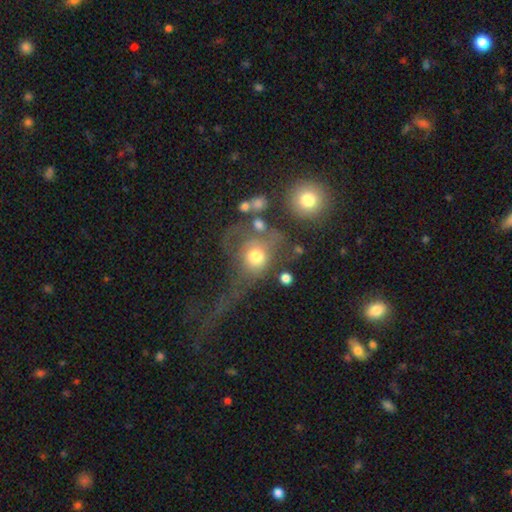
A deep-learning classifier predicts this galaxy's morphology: Smooth or featured? Predicted: smooth (p=0.56). How rounded? Predicted: round (p=0.68). Merging? Predicted: major disturbance (p=0.42).